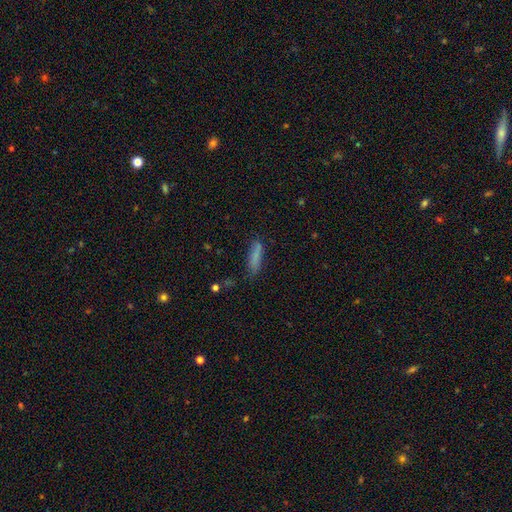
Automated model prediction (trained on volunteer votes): Overall: smooth (80%). How rounded: cigar-shaped (77%). Merging: none (73%).